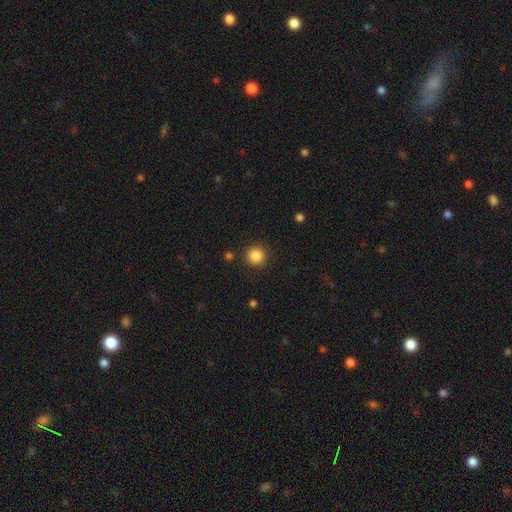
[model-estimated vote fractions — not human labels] This is clearly a smooth galaxy (85%). How rounded: clearly round (95%). Merging: clearly none (91%).